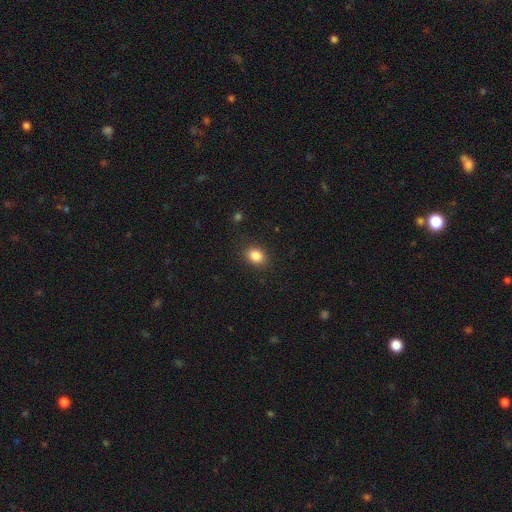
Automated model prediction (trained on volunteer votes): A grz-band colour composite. It shows a smooth galaxy with no disk features (85%) that is in between round and cigar-shaped (62%). Merging: none (88%).